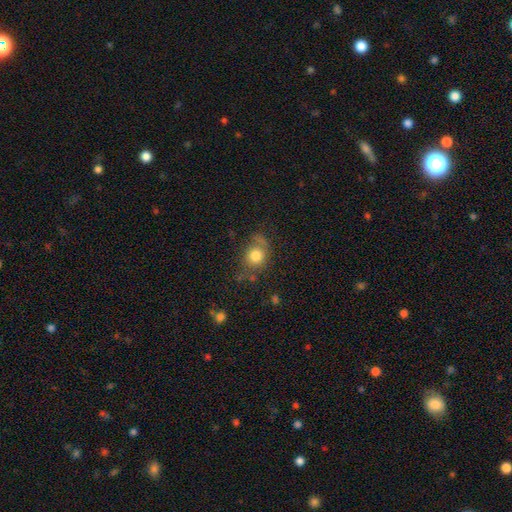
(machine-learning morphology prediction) This is likely a smooth galaxy (78%). How rounded: likely round (68%). Merging: possibly none (58%).